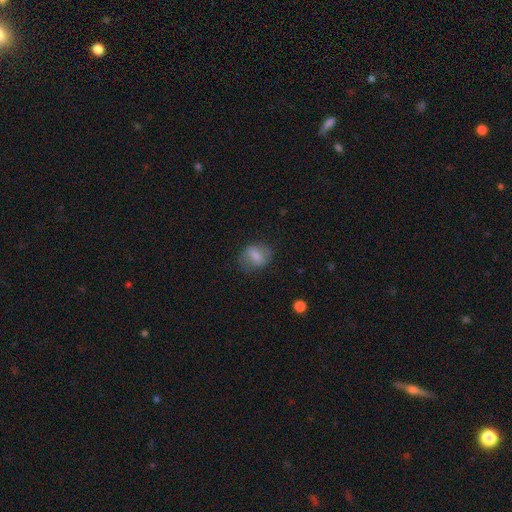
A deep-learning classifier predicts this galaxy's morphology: Smooth or featured? smooth (70%)
How rounded? in between (58%)
Merging? none (69%)